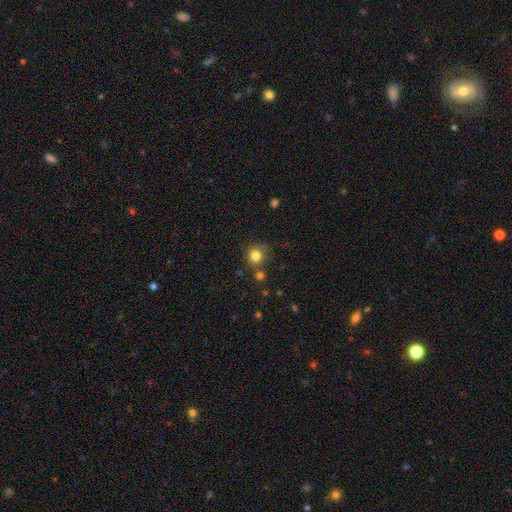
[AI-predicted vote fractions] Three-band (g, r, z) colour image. It shows a smooth galaxy with no disk features (81%) that is round (89%). Merging: none (72%).